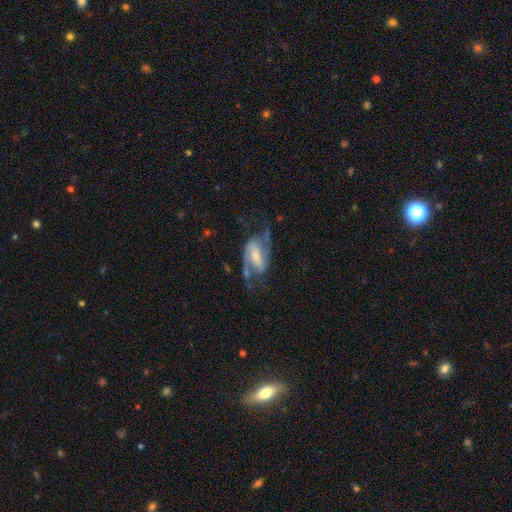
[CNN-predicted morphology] Overall: featured or disk (87%). Edge-on disk: no (97%). Bar: strong (47%; weak 38%). Spiral arms: yes (96%). Spiral arm count: 2 (92%). Spiral winding: medium (45%; loose 43%). Bulge size: small (38%; moderate 31%). Merging: none (62%).